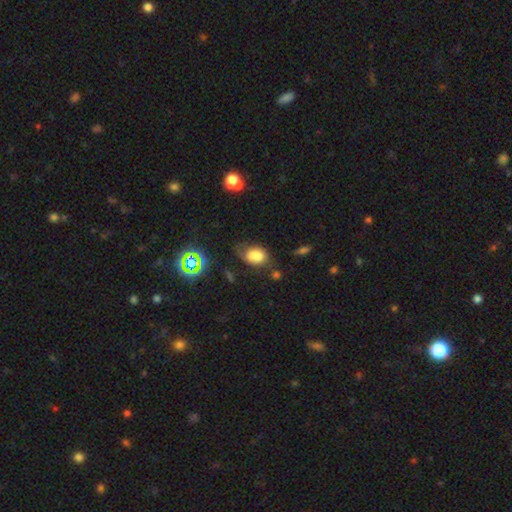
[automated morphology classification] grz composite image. It shows a smooth galaxy with no disk features (69%) that is in between round and cigar-shaped (79%). Merging: none (44%).